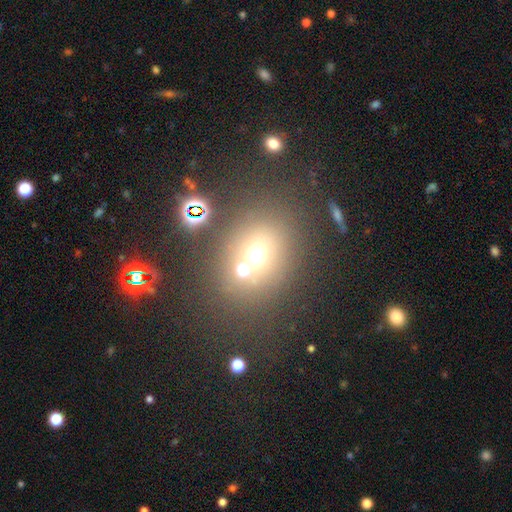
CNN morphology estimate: Smooth or featured?
  - smooth: 57% *
  - star or artifact: 29%
  - featured or disk: 14%
How rounded?
  - round: 65% *
  - in between: 34%
  - cigar-shaped: 1%
Merging?
  - none: 60% *
  - merger: 23%
  - minor disturbance: 10%
  - major disturbance: 6%